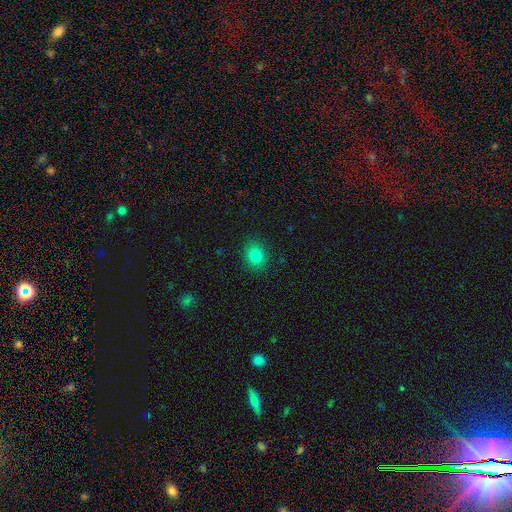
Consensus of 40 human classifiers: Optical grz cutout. It shows a smooth galaxy with no disk features (78%) that is round (71%). Merging: none (89%).